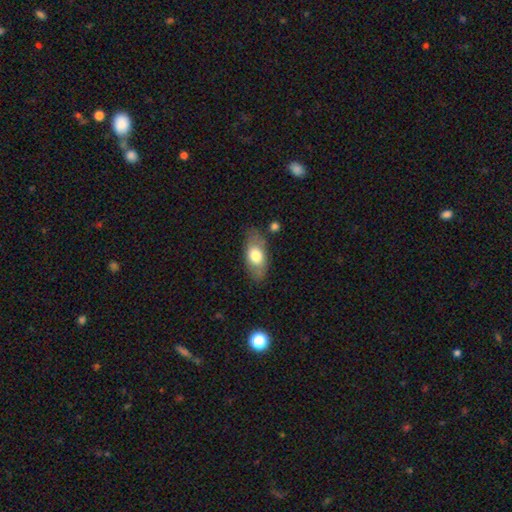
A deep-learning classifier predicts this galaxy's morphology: A smooth galaxy with no disk features (68%) that is in between round and cigar-shaped (87%). Merging: none (76%).